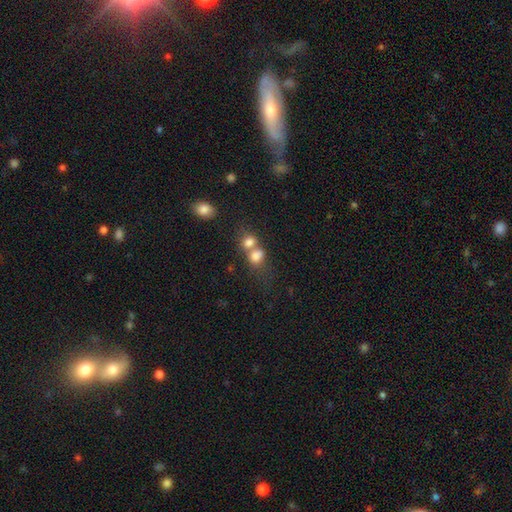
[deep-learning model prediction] Smooth or featured? Predicted: smooth (p=0.75). How rounded? Predicted: round (p=0.56). Merging? Predicted: merger (p=0.64).